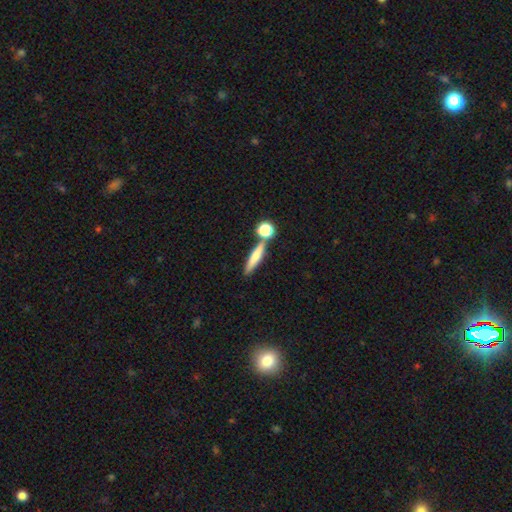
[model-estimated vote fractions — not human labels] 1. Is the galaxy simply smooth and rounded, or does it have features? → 64% smooth, 26% featured or disk, 10% star or artifact.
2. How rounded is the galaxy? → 74% cigar-shaped, 18% in between, 8% round.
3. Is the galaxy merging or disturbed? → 69% none, 17% merger, 11% minor disturbance, 4% major disturbance.